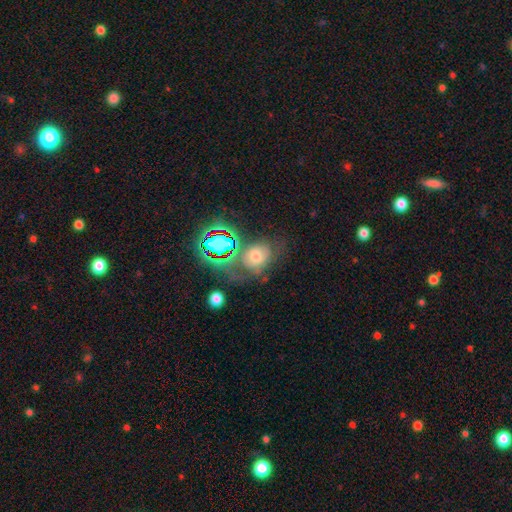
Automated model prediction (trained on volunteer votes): smooth_or_featured: smooth (p=0.52) [alt: featured or disk p=0.25]
how_rounded: round (p=0.50) [alt: in between p=0.48]
merging: none (p=0.49) [alt: minor disturbance p=0.22]